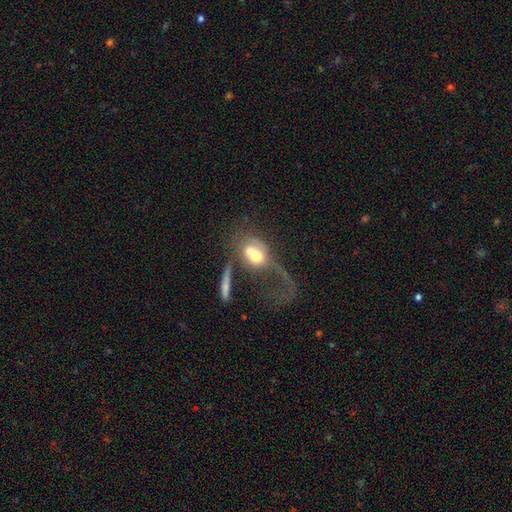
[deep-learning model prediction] smooth 47%, featured or disk 43%, star or artifact 10%. Down the decision tree: merging — major disturbance (42%).